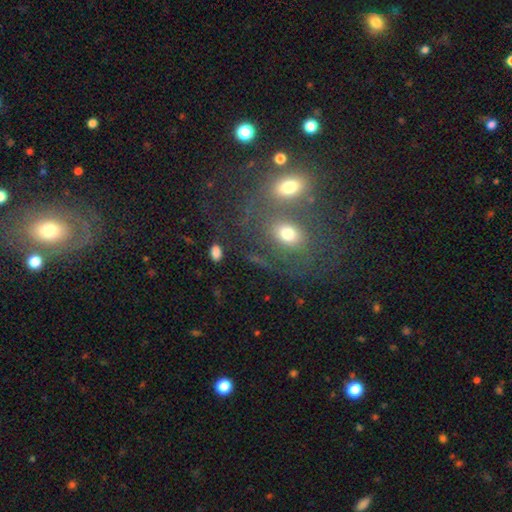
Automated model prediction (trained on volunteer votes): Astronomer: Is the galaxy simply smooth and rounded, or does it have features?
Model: smooth — 44% (runner-up: featured or disk, 37%).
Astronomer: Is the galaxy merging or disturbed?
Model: merger — 49% (runner-up: none, 33%).